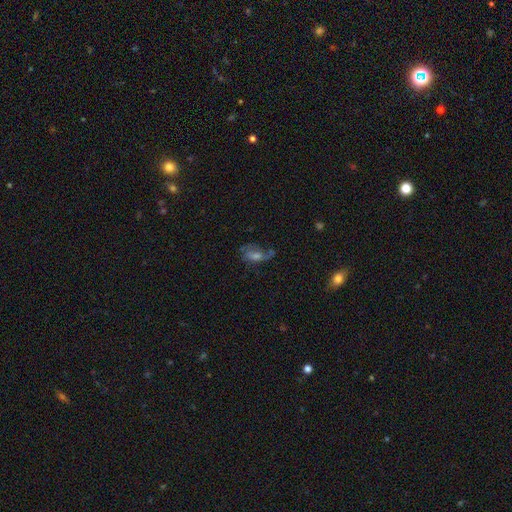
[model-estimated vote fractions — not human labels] Morphology: type=featured or disk (52%); edge-on=no (91%); merging=none (46%).